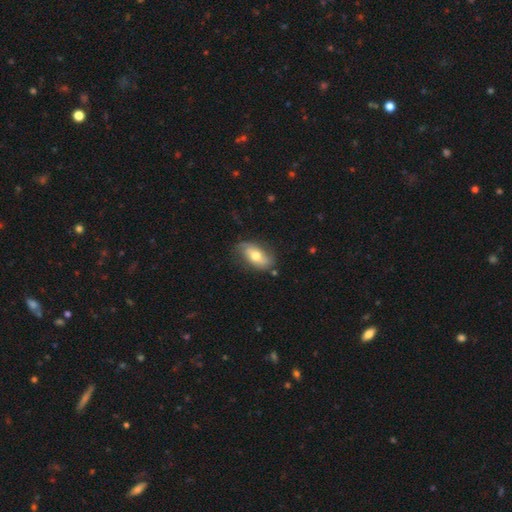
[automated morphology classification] featured or disk 54%, smooth 39%, star or artifact 7%. Down the decision tree: edge-on disk — no (89%); merging — none (69%).